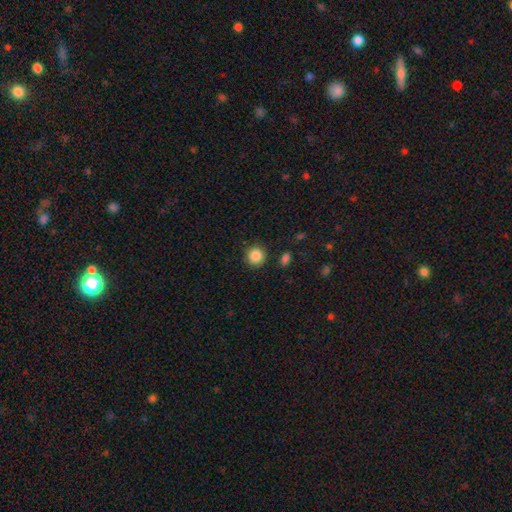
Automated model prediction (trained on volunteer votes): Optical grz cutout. It shows a smooth galaxy with no disk features (87%) that is round (92%). Merging: none (89%).